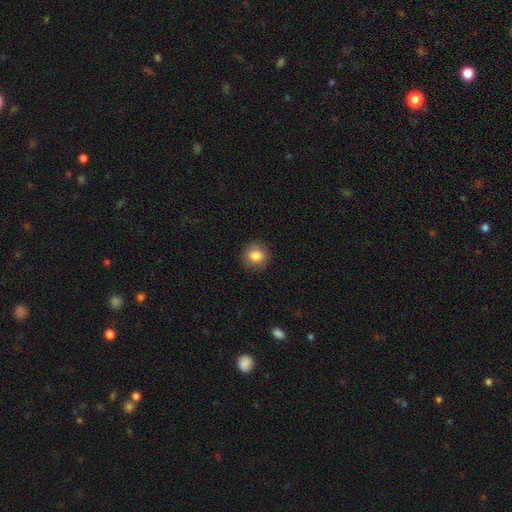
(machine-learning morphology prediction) smooth 83%, star or artifact 10%, featured or disk 7%. Down the decision tree: how rounded — round (91%); merging — none (91%).